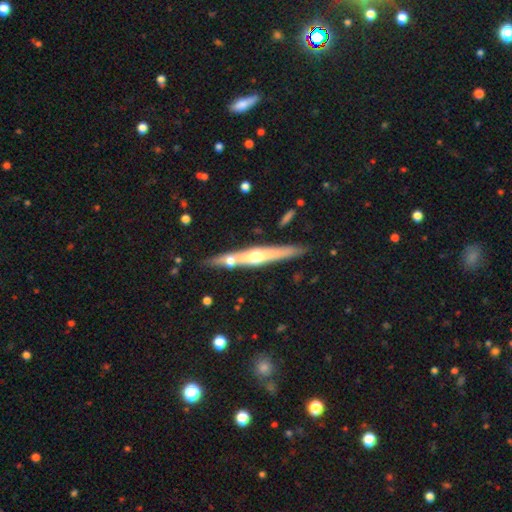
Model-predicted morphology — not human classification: Overall: featured or disk (67%). Edge-on disk: yes (95%). Edge-on bulge: rounded (86%). Merging: none (80%).